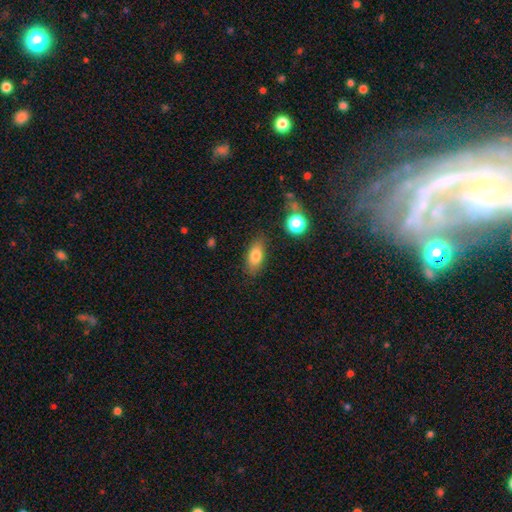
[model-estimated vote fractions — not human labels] smooth-or-featured: smooth: 79% | featured or disk: 13% | star or artifact: 9%
  how-rounded: in between: 81% | cigar-shaped: 13% | round: 6%
  merging: none: 81% | minor disturbance: 13% | major disturbance: 3% | merger: 3%